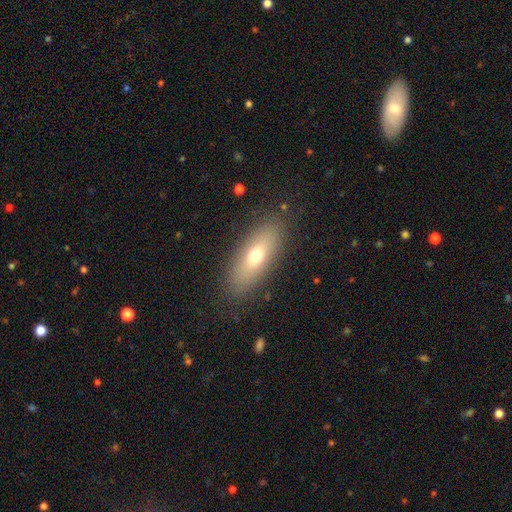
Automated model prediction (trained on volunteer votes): Overall: smooth (64%; featured or disk 28%). How rounded: in between (63%; cigar-shaped 33%). Merging: none (86%).